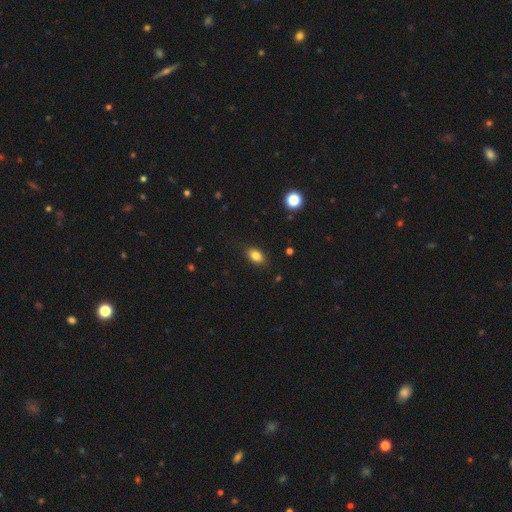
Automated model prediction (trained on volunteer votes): Smooth or featured? smooth (82%)
How rounded? in between (84%)
Merging? none (84%)